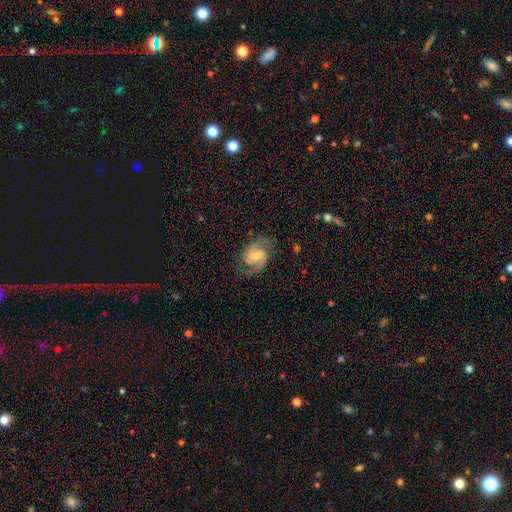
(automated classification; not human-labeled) featured or disk 86%, smooth 8%, star or artifact 6%. Down the decision tree: edge-on disk — no (98%); bar — weak (51%); spiral arms — yes (97%); spiral arm count — 2 (92%); spiral winding — medium (59%); bulge size — small (46%); merging — none (78%).